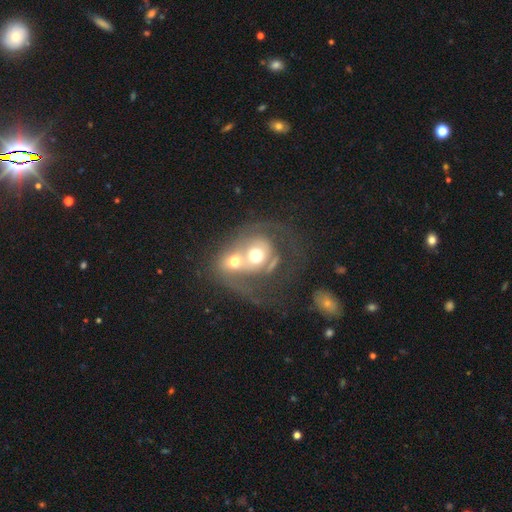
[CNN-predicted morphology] Smooth or featured?
  - featured or disk: 52% *
  - smooth: 38%
  - star or artifact: 10%
Edge-on disk?
  - no: 96% *
  - yes: 4%
Merging?
  - merger: 75% *
  - major disturbance: 10%
  - none: 10%
  - minor disturbance: 5%